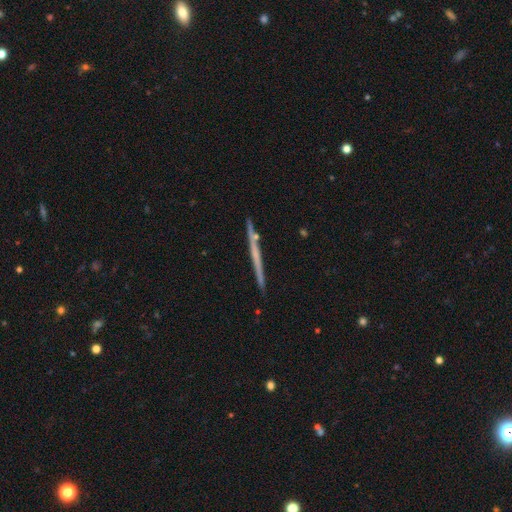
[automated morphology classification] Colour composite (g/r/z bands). It shows a featured or disk galaxy (58%) viewed edge-on (98%) with no central bulge (88%). Merging: none (88%).